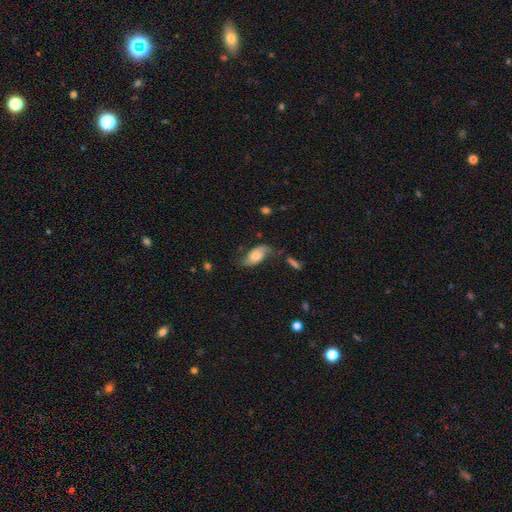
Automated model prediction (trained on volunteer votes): A featured or disk galaxy (46%, tied with smooth). Merging: none (56%).